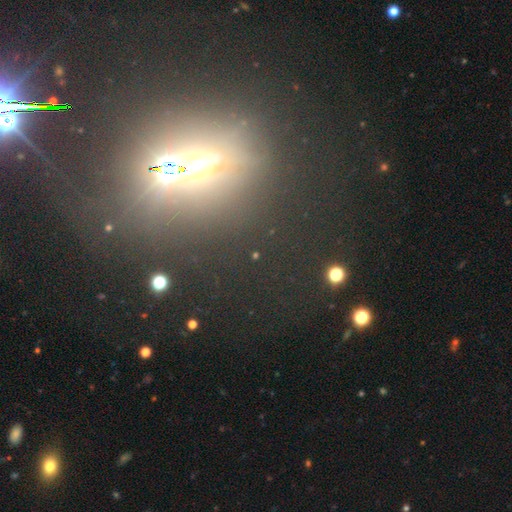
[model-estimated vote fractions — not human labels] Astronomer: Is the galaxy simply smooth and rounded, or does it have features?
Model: star or artifact — 54%.